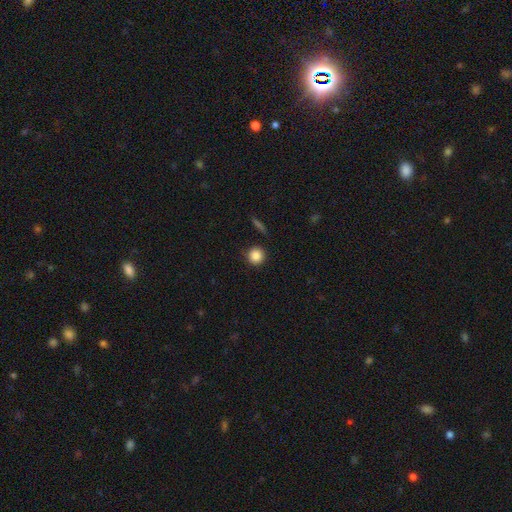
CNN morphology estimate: Overall: smooth (86%). How rounded: round (94%). Merging: none (89%).